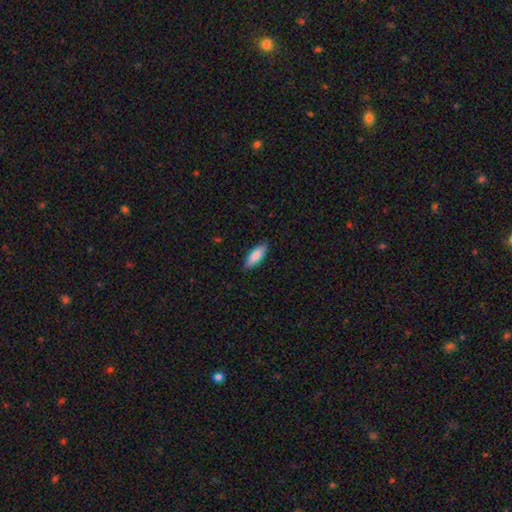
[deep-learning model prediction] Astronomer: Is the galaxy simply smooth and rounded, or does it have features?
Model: smooth — 85%.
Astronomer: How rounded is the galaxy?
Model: in between — 59% (runner-up: cigar-shaped, 39%).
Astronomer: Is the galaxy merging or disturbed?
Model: none — 86%.